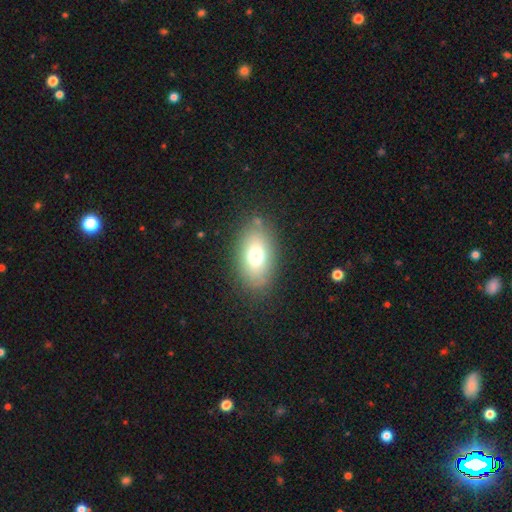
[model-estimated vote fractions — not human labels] Q: Smooth or featured?
A: smooth (71%); runner-up: featured or disk (18%)
Q: How rounded?
A: in between (86%); runner-up: round (11%)
Q: Merging?
A: none (81%); runner-up: minor disturbance (12%)